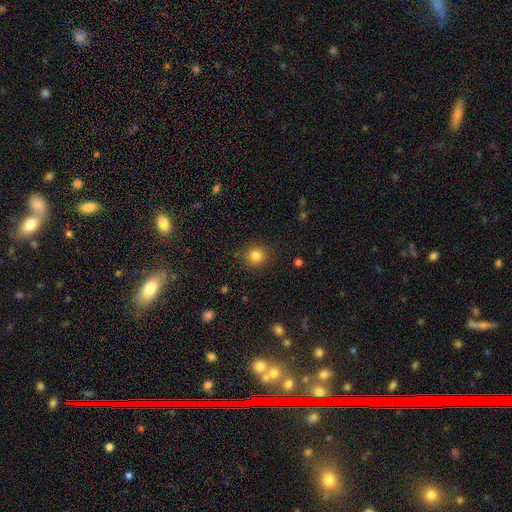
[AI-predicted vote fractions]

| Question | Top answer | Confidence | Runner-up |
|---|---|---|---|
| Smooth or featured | smooth | 83% | star or artifact (12%) |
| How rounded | round | 86% | in between (13%) |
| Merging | none | 88% | minor disturbance (8%) |